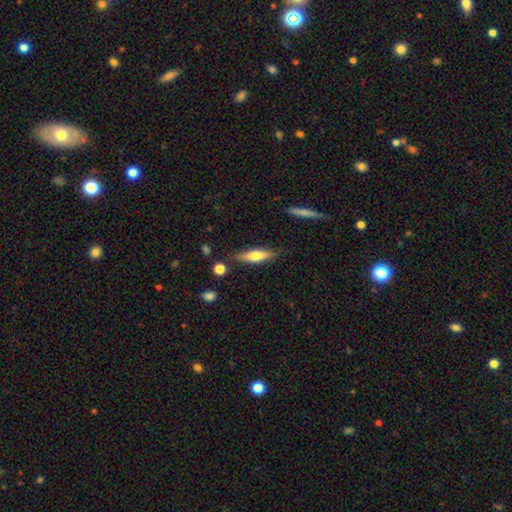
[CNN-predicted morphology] A smooth galaxy with no disk features (57%) that is cigar-shaped (66%). Merging: none (82%).